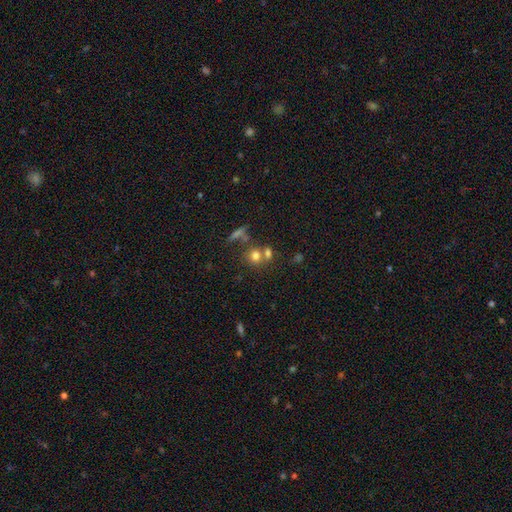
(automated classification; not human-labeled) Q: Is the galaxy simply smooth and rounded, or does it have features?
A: smooth — 73%.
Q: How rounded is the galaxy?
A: round — 74%.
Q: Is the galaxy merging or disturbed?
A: none — 47%.